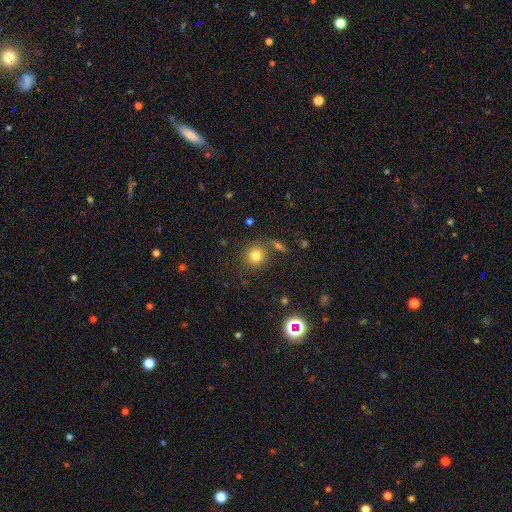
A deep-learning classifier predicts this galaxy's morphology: This appears to be a smooth galaxy with no disk features (78%) that is round (90%). Merging: none (75%).